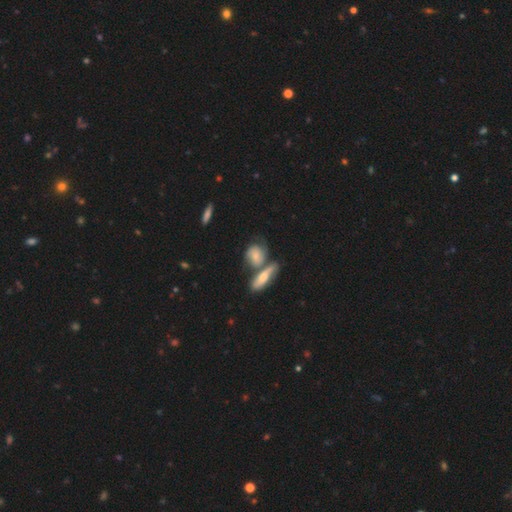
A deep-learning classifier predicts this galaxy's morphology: smooth_or_featured: featured or disk (p=0.50) [alt: smooth p=0.42]
disk_edge_on: no (p=0.87) [alt: yes p=0.13]
merging: merger (p=0.42) [alt: none p=0.36]